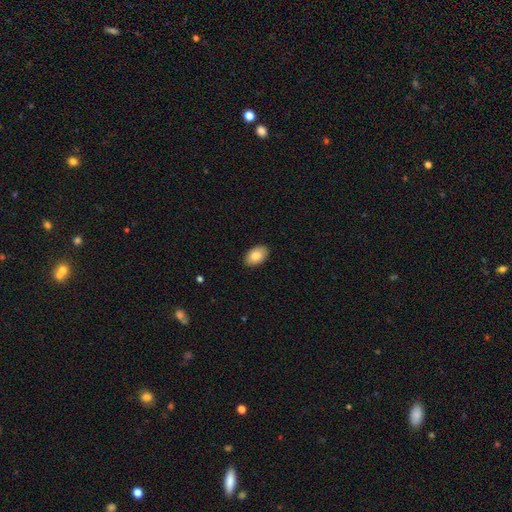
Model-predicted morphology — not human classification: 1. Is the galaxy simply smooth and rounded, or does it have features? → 85% smooth, 9% featured or disk, 7% star or artifact.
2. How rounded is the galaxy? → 91% in between, 8% round, 1% cigar-shaped.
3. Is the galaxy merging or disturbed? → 89% none, 8% minor disturbance, 2% major disturbance, 1% merger.